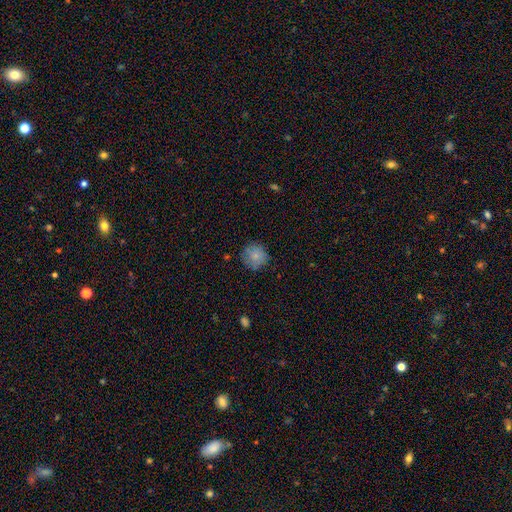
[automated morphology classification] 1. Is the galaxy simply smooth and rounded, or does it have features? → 80% smooth, 11% featured or disk, 9% star or artifact.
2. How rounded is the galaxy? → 90% round, 9% in between, 1% cigar-shaped.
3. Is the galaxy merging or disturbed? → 78% none, 16% minor disturbance, 4% major disturbance, 1% merger.